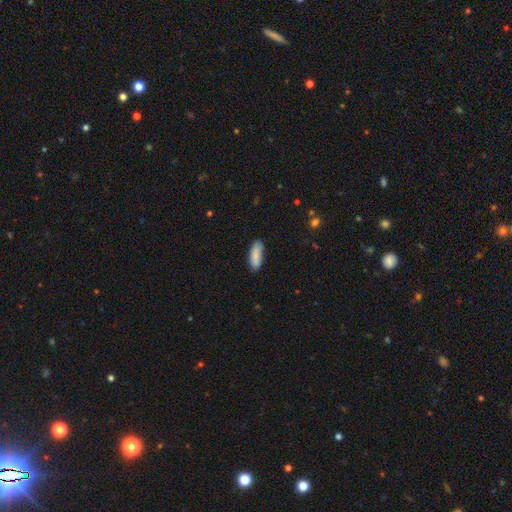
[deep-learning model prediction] Morphology: type=smooth (86%); roundness=in between (66%); merging=none (80%).